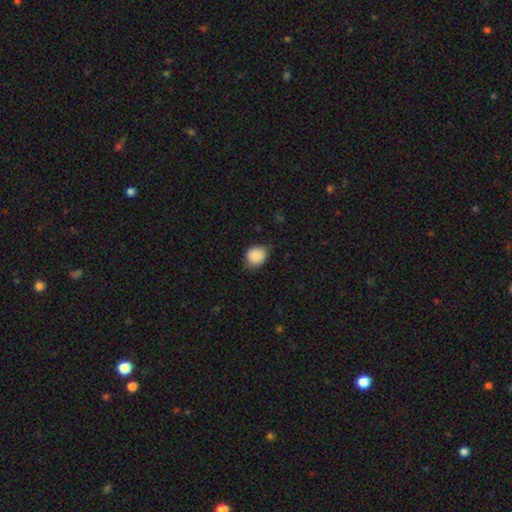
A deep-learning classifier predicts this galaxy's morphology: smooth 88%, star or artifact 8%, featured or disk 4%. Down the decision tree: how rounded — round (71%); merging — none (70%).